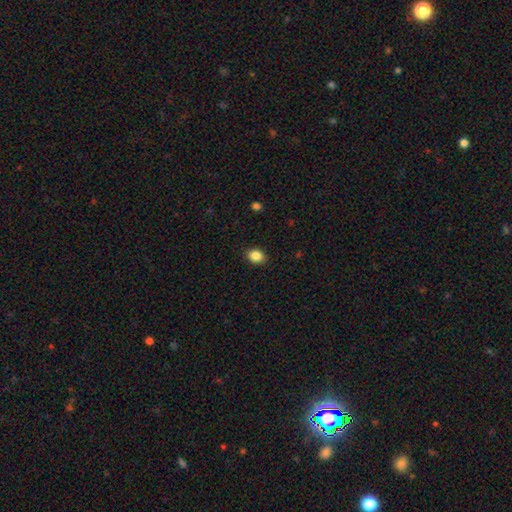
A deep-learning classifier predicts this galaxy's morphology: smooth-or-featured: smooth: 86% | star or artifact: 9% | featured or disk: 5%
  how-rounded: in between: 67% | round: 32% | cigar-shaped: 1%
  merging: none: 89% | minor disturbance: 8% | major disturbance: 2% | merger: 1%